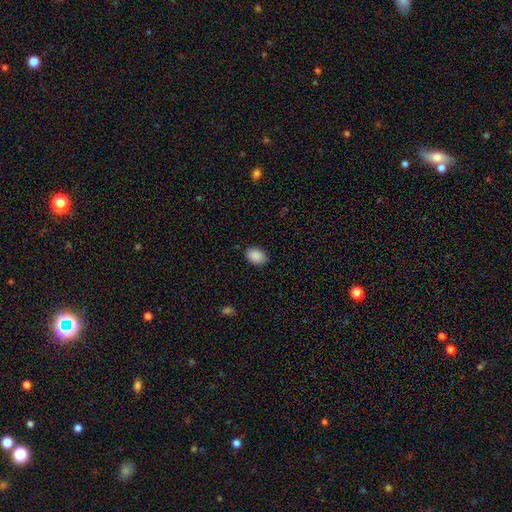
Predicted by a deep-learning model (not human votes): Smooth or featured? smooth (90%)
How rounded? in between (80%)
Merging? none (86%)